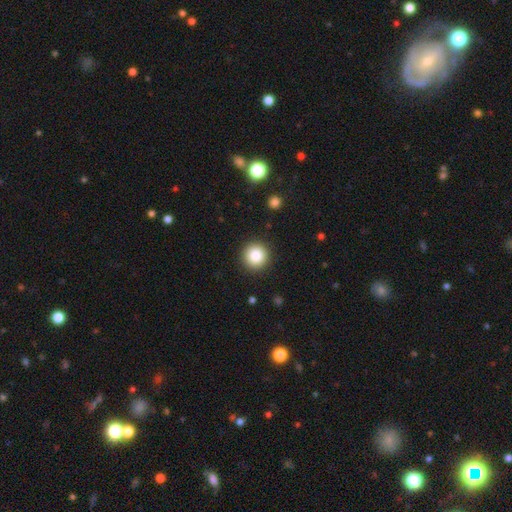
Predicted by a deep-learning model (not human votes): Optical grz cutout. It shows a smooth galaxy with no disk features (85%) that is round (95%). Merging: none (91%).